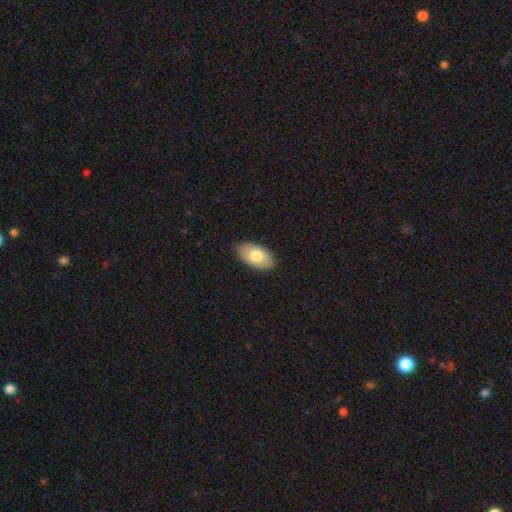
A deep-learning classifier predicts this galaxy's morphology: The model was most divided on "smooth or featured": smooth: 75%, featured or disk: 19%, star or artifact: 6%. More confident: how rounded — in between (95%); merging — none (87%).